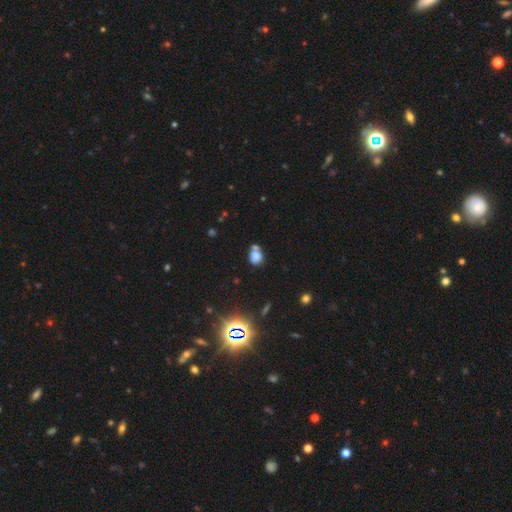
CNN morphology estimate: A smooth galaxy with no disk features (73%) that is round (57%). Merging: none (47%).